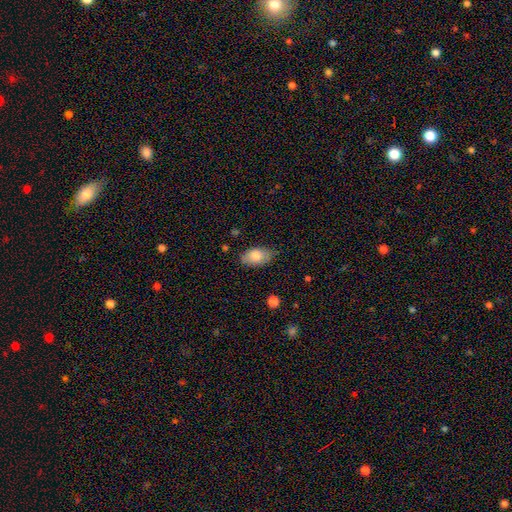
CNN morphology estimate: smooth_or_featured: smooth (p=0.83) [alt: featured or disk p=0.11]
how_rounded: in between (p=0.92) [alt: round p=0.06]
merging: none (p=0.78) [alt: minor disturbance p=0.18]